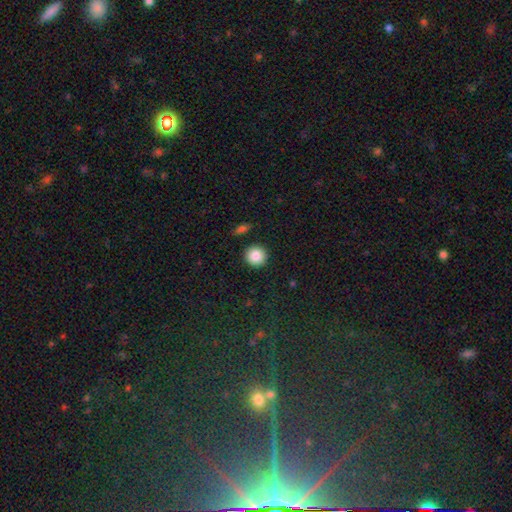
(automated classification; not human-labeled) Smooth or featured? smooth (87%)
How rounded? round (95%)
Merging? none (92%)